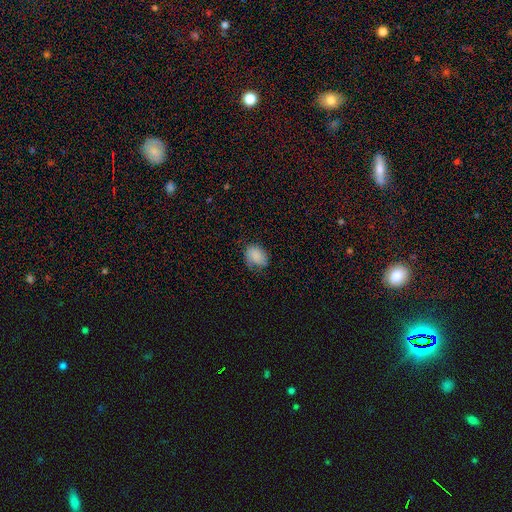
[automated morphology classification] A smooth galaxy with no disk features (83%) that is in between round and cigar-shaped (64%).

Vote fractions:
- Smooth or featured? smooth: 83% / featured or disk: 9% / star or artifact: 8%
- How rounded? in between: 64% / round: 35% / cigar-shaped: 1%
- Merging? none: 59% / minor disturbance: 30% / major disturbance: 9% / merger: 1%